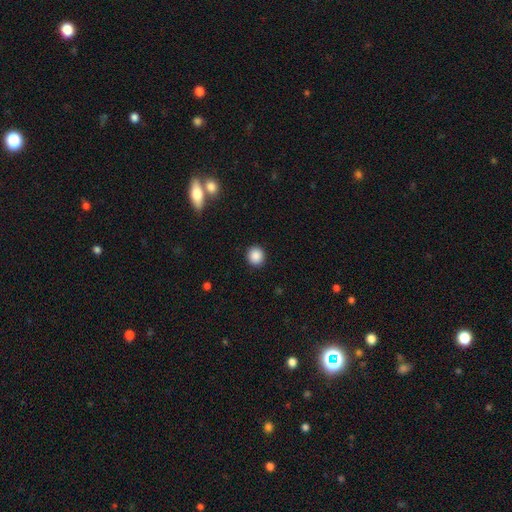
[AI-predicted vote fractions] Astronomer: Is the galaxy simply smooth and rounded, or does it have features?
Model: smooth — 88%.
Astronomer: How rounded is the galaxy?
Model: round — 91%.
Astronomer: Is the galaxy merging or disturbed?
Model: none — 92%.